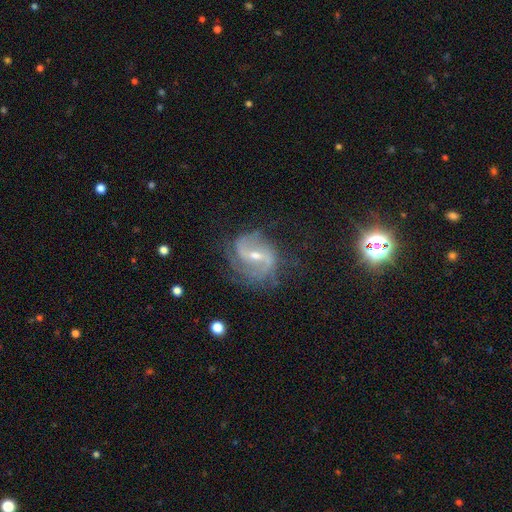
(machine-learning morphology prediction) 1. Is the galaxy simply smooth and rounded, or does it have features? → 85% featured or disk, 8% smooth, 7% star or artifact.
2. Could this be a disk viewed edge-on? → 97% no, 3% yes.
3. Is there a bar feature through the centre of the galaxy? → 48% weak, 37% strong, 15% no.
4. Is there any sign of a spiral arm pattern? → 95% yes, 5% no.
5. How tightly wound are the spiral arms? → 45% medium, 34% loose, 21% tight.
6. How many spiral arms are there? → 71% 2, 12% can't tell, 7% 3, 5% 1, 2% 4, 2% more than 4.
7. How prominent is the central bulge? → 50% small, 46% moderate, 2% large, 2% none, 1% dominant.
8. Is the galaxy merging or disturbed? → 66% none, 20% minor disturbance, 12% major disturbance, 2% merger.